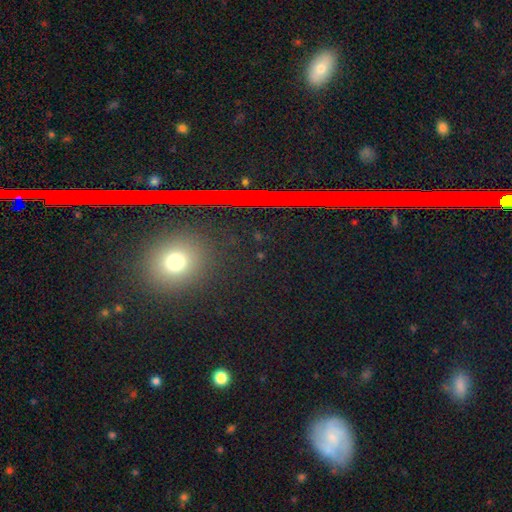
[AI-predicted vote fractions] Smooth or featured: star or artifact — 47% (smooth — 42%)